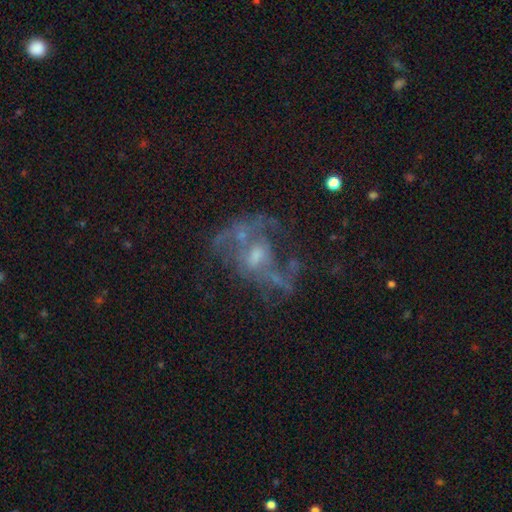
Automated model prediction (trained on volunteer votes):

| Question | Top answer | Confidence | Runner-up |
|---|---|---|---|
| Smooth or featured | featured or disk | 68% | smooth (17%) |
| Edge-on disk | no | 97% | yes (3%) |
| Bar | no | 62% | weak (30%) |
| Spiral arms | no | 58% | yes (42%) |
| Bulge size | small | 41% | moderate (38%) |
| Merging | none | 36% | major disturbance (34%) |